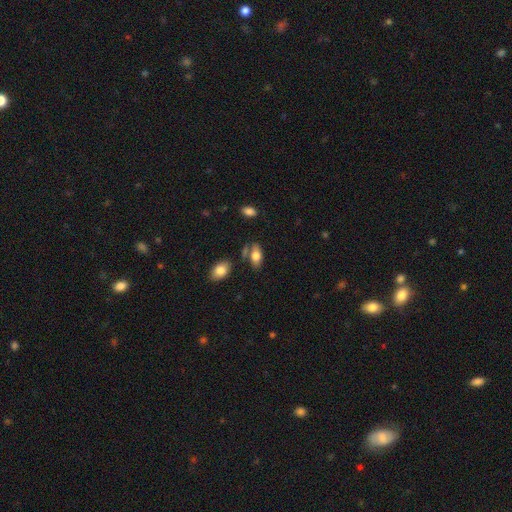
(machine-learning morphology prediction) This appears to be a smooth galaxy with no disk features (76%) that is in between round and cigar-shaped (89%). Merging: none (61%).